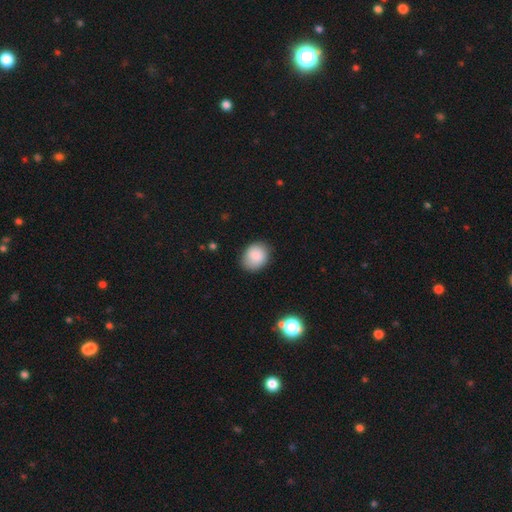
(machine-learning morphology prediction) A smooth galaxy with no disk features (87%) that is round (52%). Merging: none (79%).